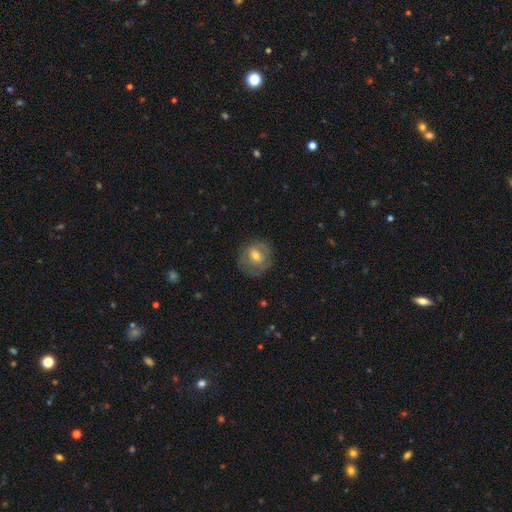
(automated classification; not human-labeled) This is possibly a smooth galaxy (52%). How rounded: likely round (78%). Merging: likely none (70%).